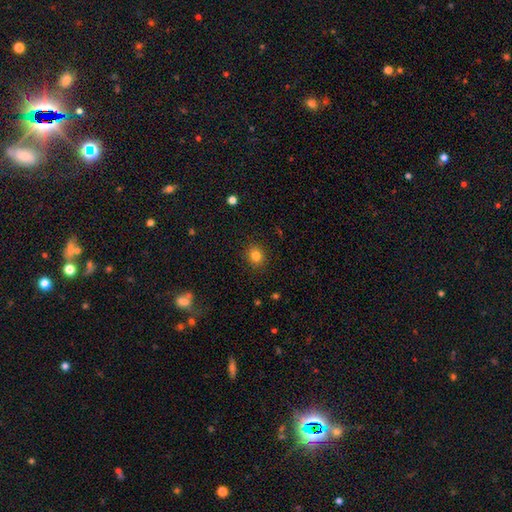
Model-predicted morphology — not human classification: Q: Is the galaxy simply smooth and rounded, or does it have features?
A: smooth — 82%.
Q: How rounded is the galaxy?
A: round — 73%.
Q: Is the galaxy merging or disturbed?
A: none — 89%.